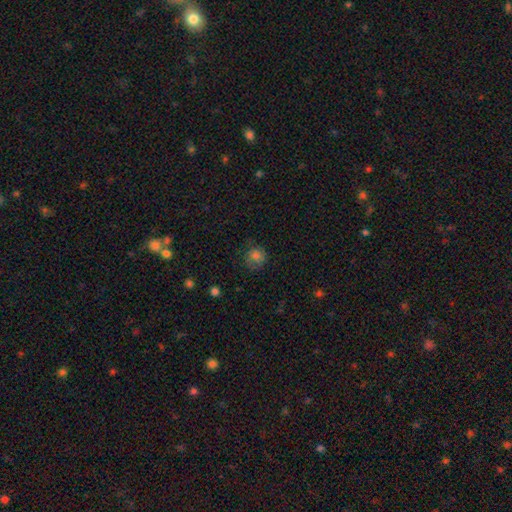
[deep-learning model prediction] Smooth or featured: smooth — 78% (star or artifact — 13%)
How rounded: round — 84% (in between — 15%)
Merging: none — 70% (minor disturbance — 20%)